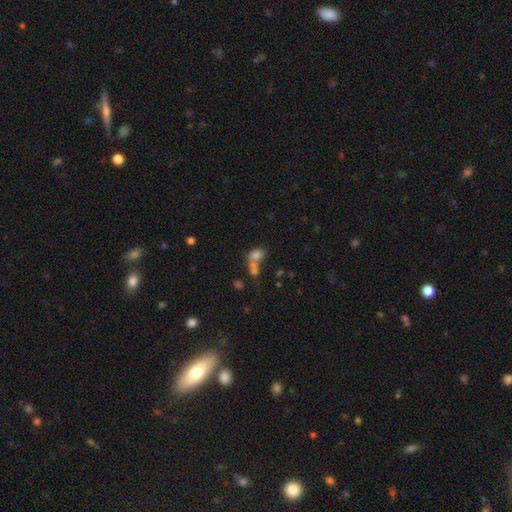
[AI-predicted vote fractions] Smooth or featured: smooth — 73% (featured or disk — 14%)
How rounded: in between — 72% (round — 25%)
Merging: merger — 60% (none — 25%)